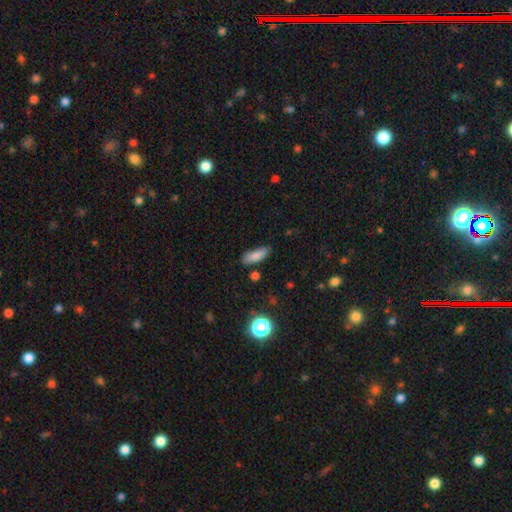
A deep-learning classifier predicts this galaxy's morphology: A smooth galaxy with no disk features (84%) that is in between round and cigar-shaped (64%). Merging: none (78%).